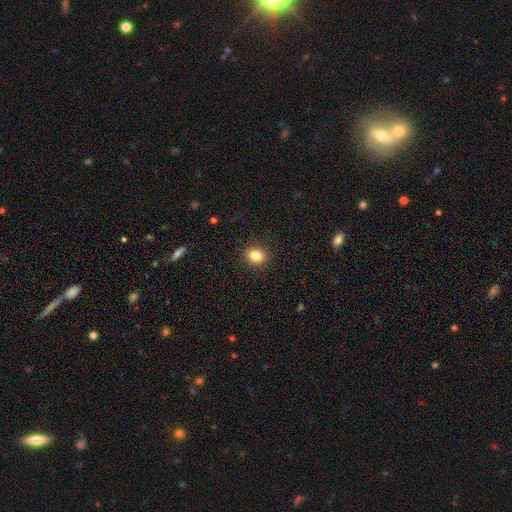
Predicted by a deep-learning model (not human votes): Q: Smooth or featured?
A: smooth (84%); runner-up: star or artifact (10%)
Q: How rounded?
A: round (66%); runner-up: in between (33%)
Q: Merging?
A: none (90%); runner-up: minor disturbance (7%)